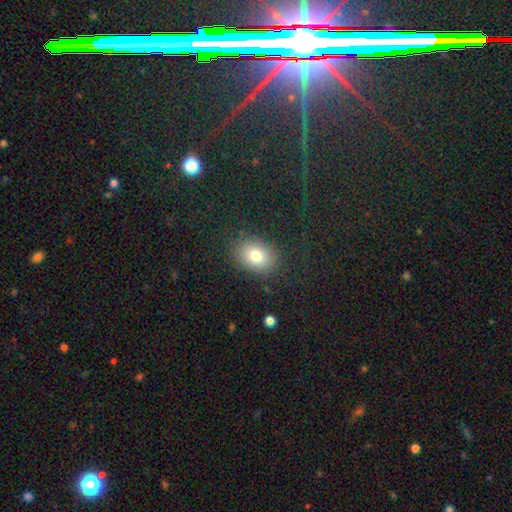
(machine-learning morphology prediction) This appears to be a smooth galaxy with no disk features (77%) that is in between round and cigar-shaped (64%). Merging: none (85%).